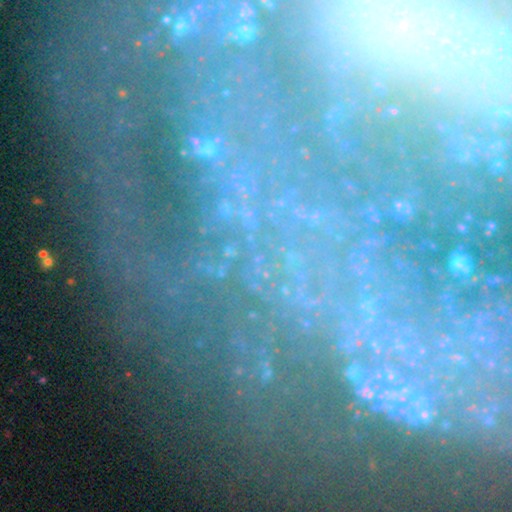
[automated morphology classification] Smooth or featured?
  - star or artifact: 49% *
  - featured or disk: 37%
  - smooth: 14%